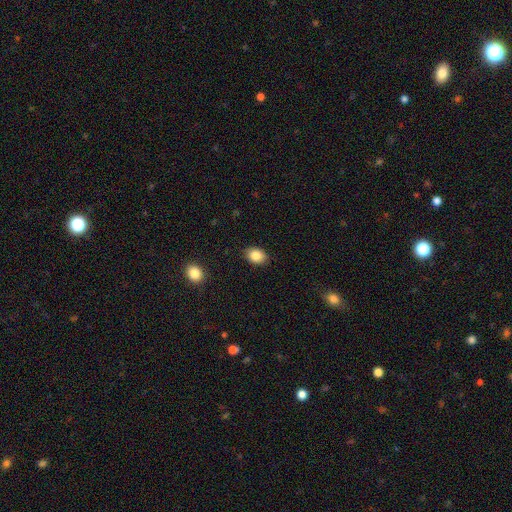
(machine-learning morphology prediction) Q: Smooth or featured?
A: smooth (85%); runner-up: star or artifact (9%)
Q: How rounded?
A: in between (72%); runner-up: round (27%)
Q: Merging?
A: none (88%); runner-up: minor disturbance (9%)